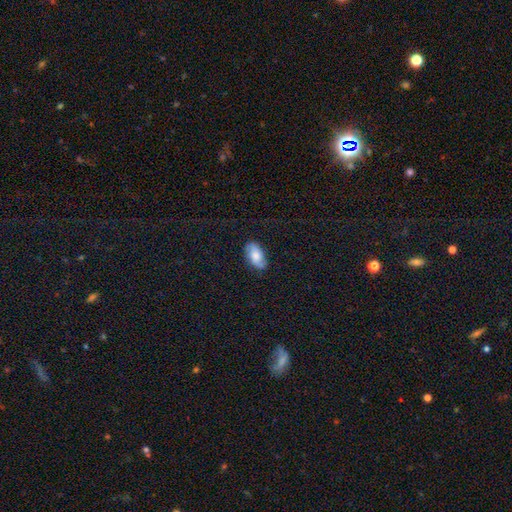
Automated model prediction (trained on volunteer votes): This appears to be a smooth galaxy with no disk features (53%) that is in between round and cigar-shaped (92%). Merging: none (79%).